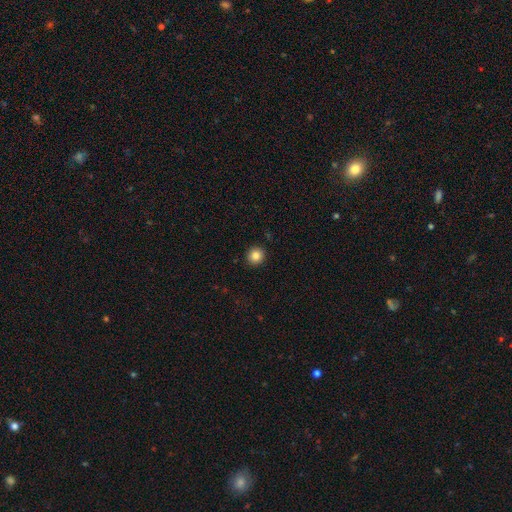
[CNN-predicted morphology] Smooth or featured?
  - smooth: 84% *
  - star or artifact: 11%
  - featured or disk: 6%
How rounded?
  - round: 94% *
  - in between: 5%
  - cigar-shaped: 1%
Merging?
  - none: 93% *
  - minor disturbance: 5%
  - major disturbance: 2%
  - merger: 1%